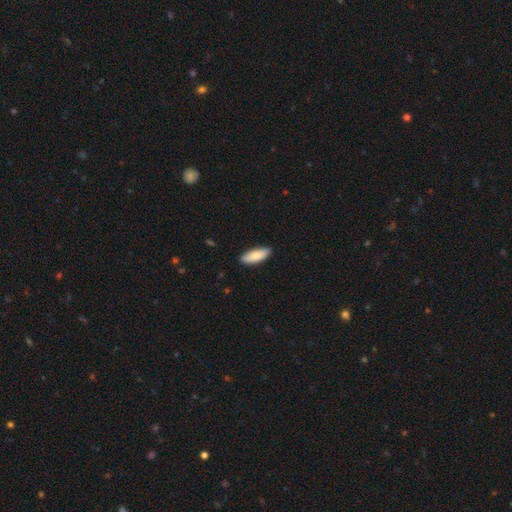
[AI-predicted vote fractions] Smooth or featured: smooth — 82% (featured or disk — 13%)
How rounded: in between — 68% (cigar-shaped — 30%)
Merging: none — 88% (minor disturbance — 9%)